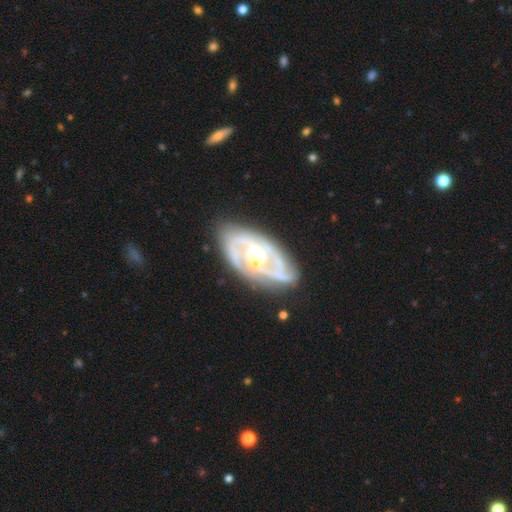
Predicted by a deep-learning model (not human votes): Smooth or featured? Predicted: featured or disk (p=0.87). Edge-on disk? Predicted: no (p=0.94). Bar? Predicted: no (p=0.39). Spiral arms? Predicted: yes (p=0.88). Spiral winding? Predicted: tight (p=0.47). Spiral arm count? Predicted: 2 (p=0.65). Bulge size? Predicted: moderate (p=0.67). Merging? Predicted: none (p=0.75).